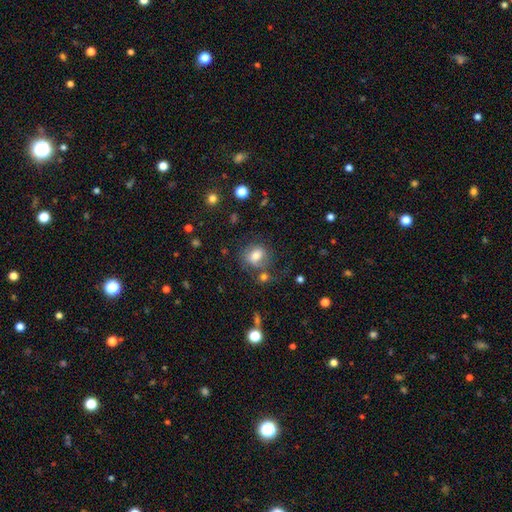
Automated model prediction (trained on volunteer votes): smooth_or_featured: smooth (p=0.69) [alt: featured or disk p=0.19]
how_rounded: round (p=0.62) [alt: in between p=0.37]
merging: none (p=0.56) [alt: minor disturbance p=0.18]